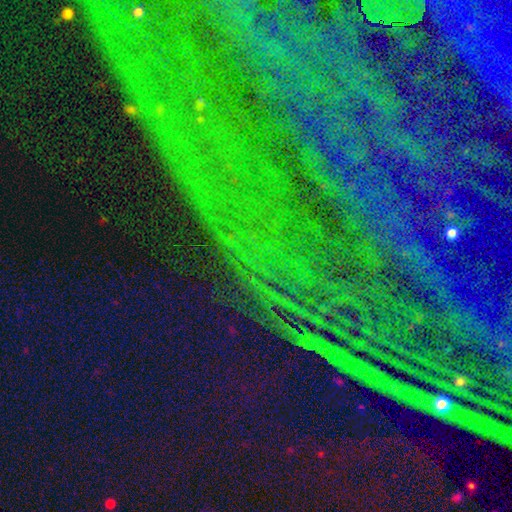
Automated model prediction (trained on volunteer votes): Smooth or featured: star or artifact — 87% (featured or disk — 7%)